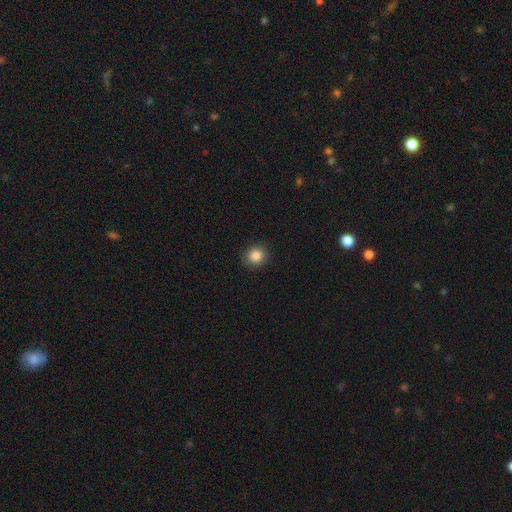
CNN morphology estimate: This is clearly a smooth galaxy (86%). How rounded: clearly round (84%). Merging: clearly none (89%).